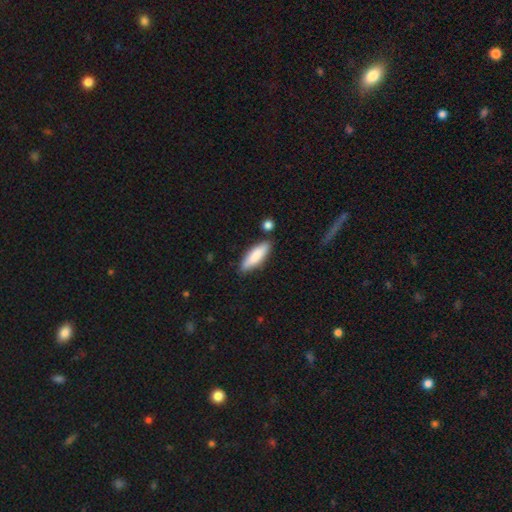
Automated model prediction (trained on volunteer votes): smooth 81%, featured or disk 14%, star or artifact 6%. Down the decision tree: how rounded — cigar-shaped (53%); merging — none (80%).